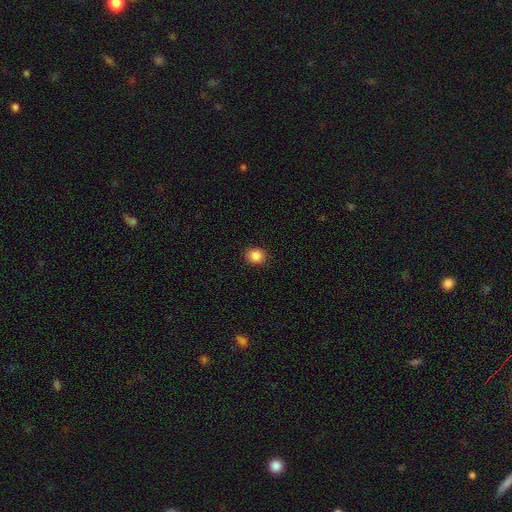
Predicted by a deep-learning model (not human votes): Smooth or featured: smooth — 87% (star or artifact — 10%)
How rounded: round — 78% (in between — 21%)
Merging: none — 89% (minor disturbance — 8%)